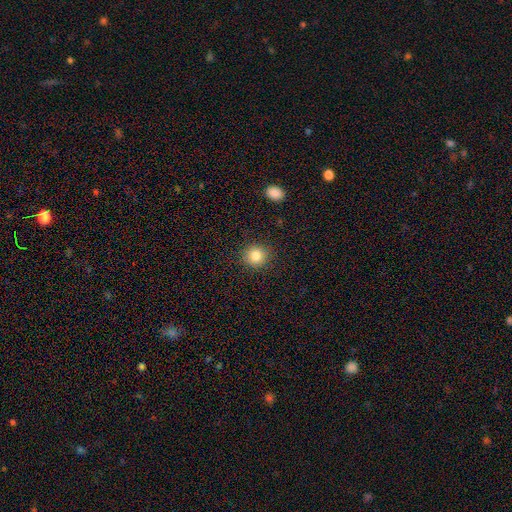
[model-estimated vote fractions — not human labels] This is clearly a smooth galaxy (84%). How rounded: clearly round (88%). Merging: clearly none (90%).